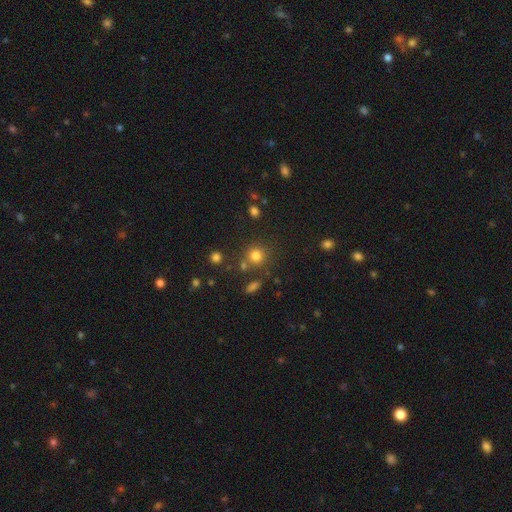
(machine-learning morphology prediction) This is likely a smooth galaxy (78%). How rounded: clearly round (89%). Merging: likely none (75%).